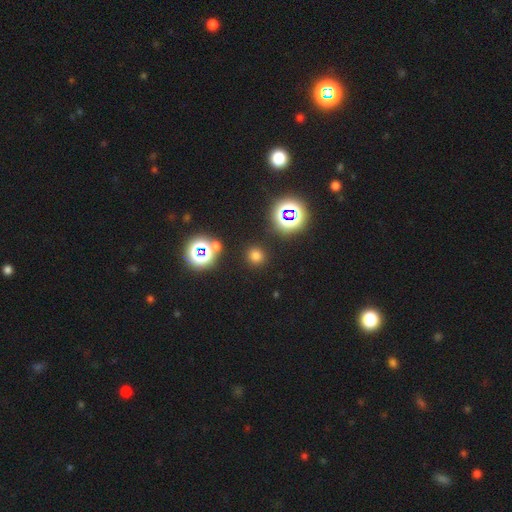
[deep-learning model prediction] Overall: smooth (68%). How rounded: round (93%). Merging: none (88%).